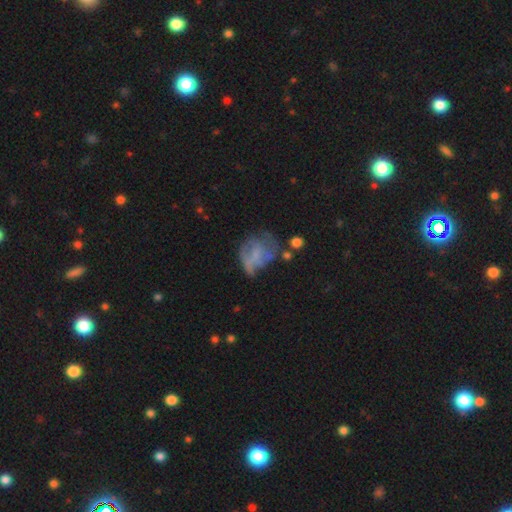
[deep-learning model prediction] smooth_or_featured: featured or disk (p=0.50) [alt: smooth p=0.38]
merging: major disturbance (p=0.34) [alt: none p=0.33]